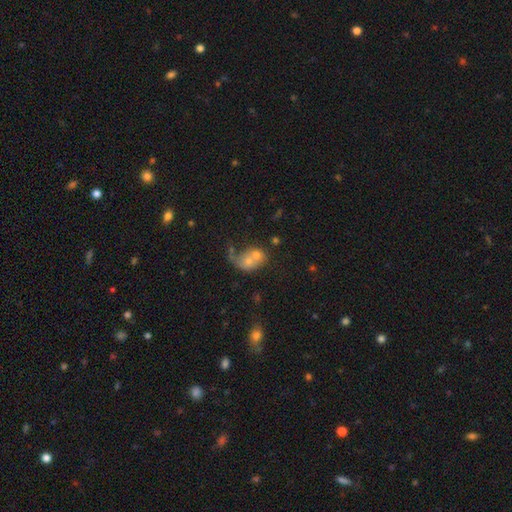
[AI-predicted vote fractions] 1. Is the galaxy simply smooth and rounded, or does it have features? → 44% smooth, 35% featured or disk, 20% star or artifact.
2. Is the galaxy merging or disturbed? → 48% merger, 23% none, 19% major disturbance, 10% minor disturbance.